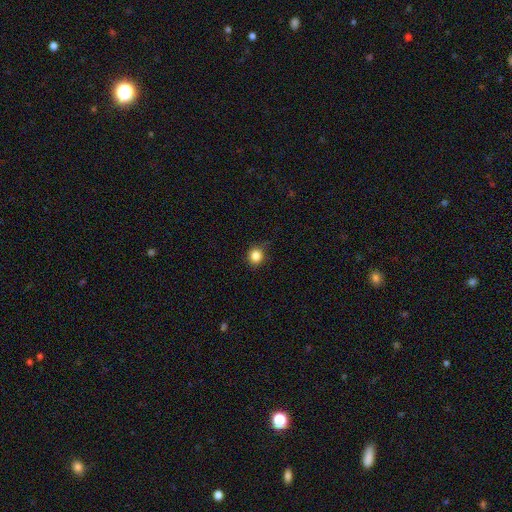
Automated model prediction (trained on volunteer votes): Morphology: type=smooth (84%); roundness=round (88%); merging=none (83%).